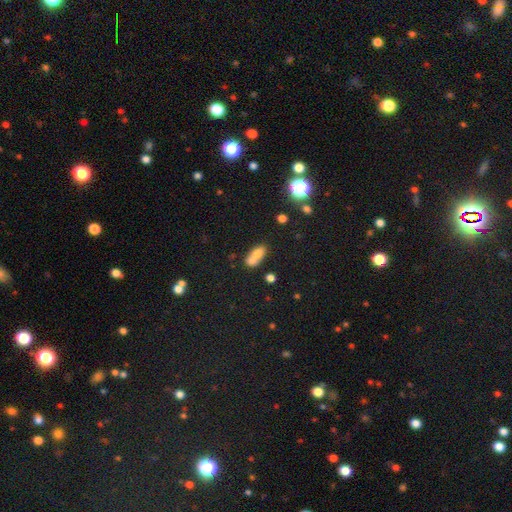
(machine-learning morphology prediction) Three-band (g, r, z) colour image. It shows a smooth galaxy with no disk features (69%) that is in between round and cigar-shaped (70%). Merging: merger (64%).